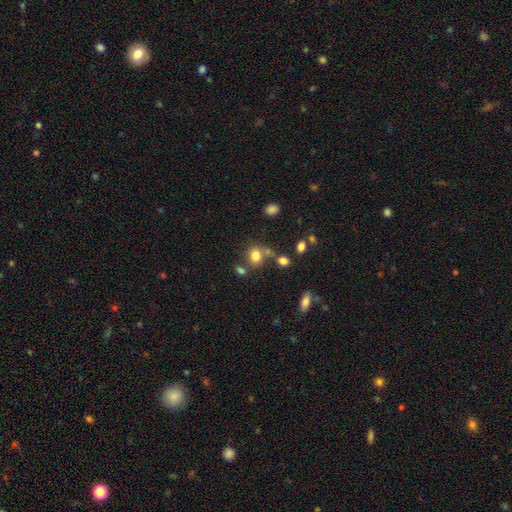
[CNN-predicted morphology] A smooth galaxy with no disk features (79%) that is round (62%).

Vote fractions:
- Smooth or featured? smooth: 79% / star or artifact: 13% / featured or disk: 9%
- How rounded? round: 62% / in between: 36% / cigar-shaped: 1%
- Merging? none: 57% / merger: 23% / minor disturbance: 14% / major disturbance: 7%